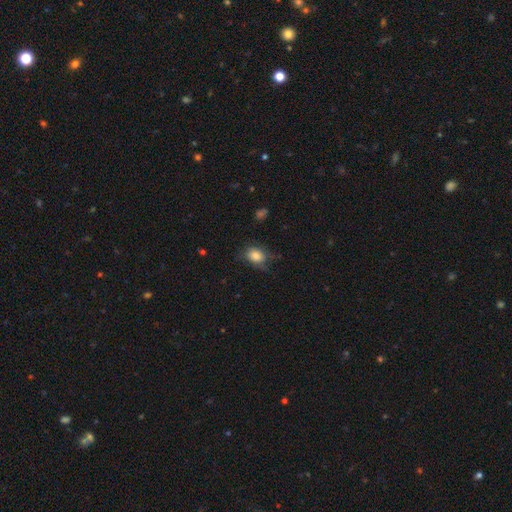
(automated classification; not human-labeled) Smooth or featured: smooth — 80% (featured or disk — 11%)
How rounded: in between — 63% (round — 35%)
Merging: none — 58% (minor disturbance — 27%)